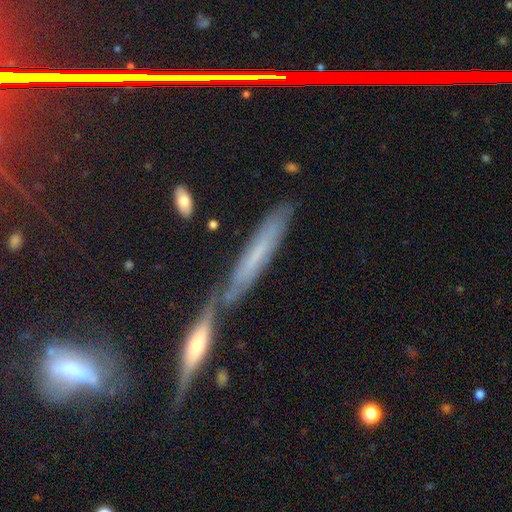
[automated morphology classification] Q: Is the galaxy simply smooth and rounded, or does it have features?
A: featured or disk — 41%, tied with smooth.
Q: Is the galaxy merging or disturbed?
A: none — 66%.